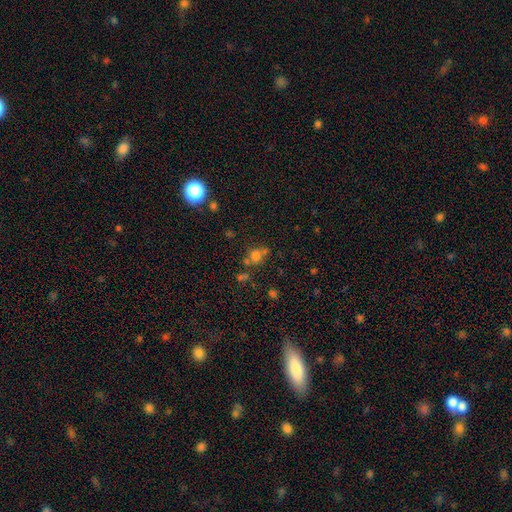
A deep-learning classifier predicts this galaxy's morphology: This appears to be a smooth galaxy with no disk features (67%) that is round (77%). Merging: none (54%).